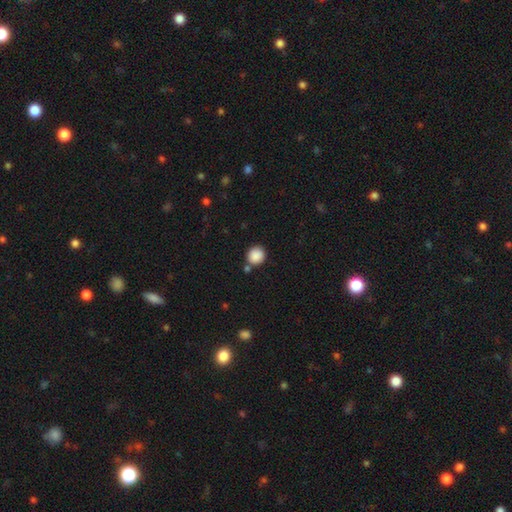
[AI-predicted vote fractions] Morphology: type=smooth (88%); roundness=round (89%); merging=none (77%).